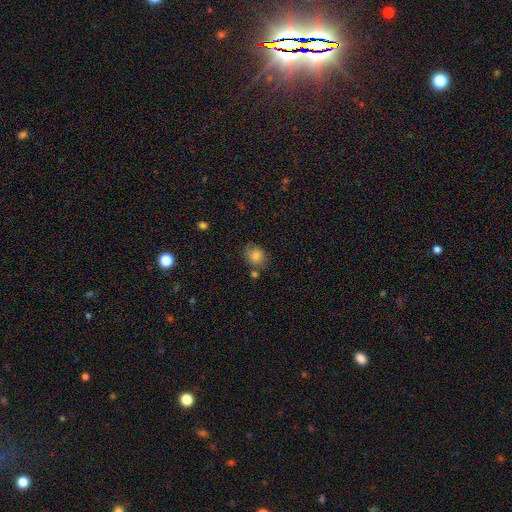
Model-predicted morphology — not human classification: Smooth or featured: smooth — 75% (featured or disk — 14%)
How rounded: round — 60% (in between — 39%)
Merging: none — 61% (minor disturbance — 24%)